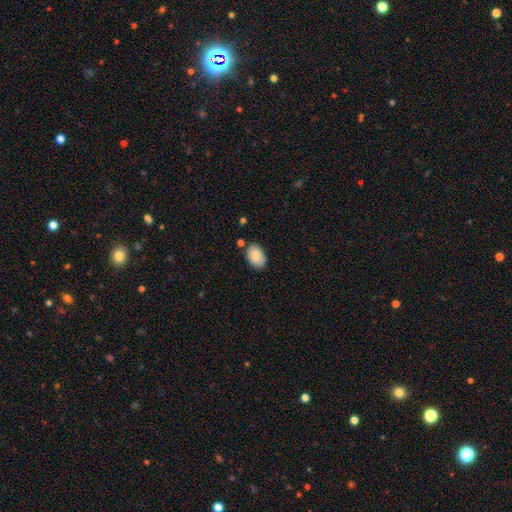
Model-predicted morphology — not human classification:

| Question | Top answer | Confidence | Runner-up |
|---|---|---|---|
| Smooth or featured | smooth | 83% | featured or disk (10%) |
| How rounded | in between | 90% | round (9%) |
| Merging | none | 77% | minor disturbance (15%) |